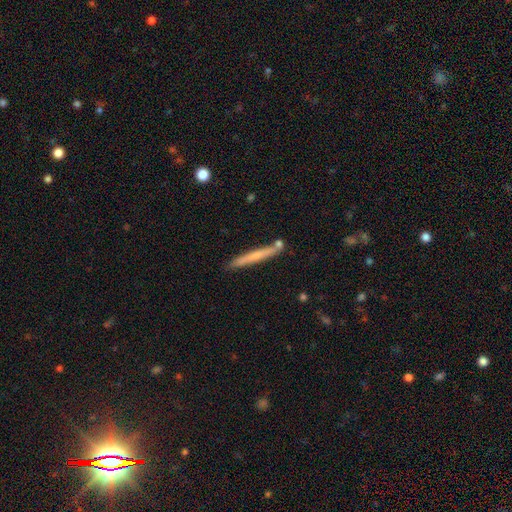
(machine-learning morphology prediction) Smooth or featured? smooth (56%)
How rounded? cigar-shaped (96%)
Merging? none (81%)